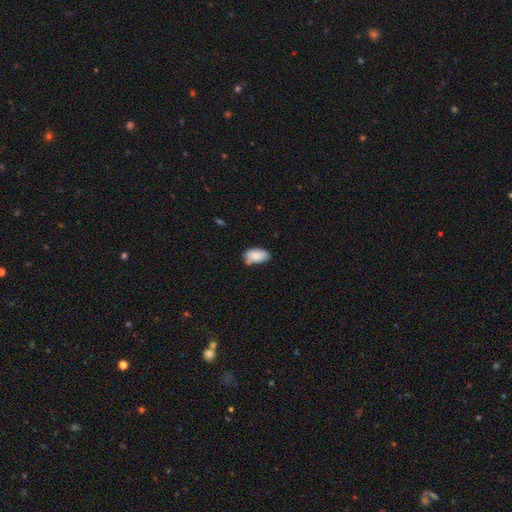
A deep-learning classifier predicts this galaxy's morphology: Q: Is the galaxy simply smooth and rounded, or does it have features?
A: smooth — 85%.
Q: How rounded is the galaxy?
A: in between — 93%.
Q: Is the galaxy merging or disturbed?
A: none — 53%.